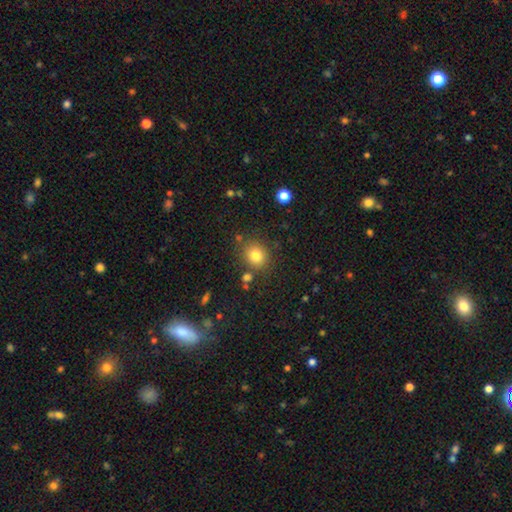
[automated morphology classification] Smooth or featured? Predicted: smooth (p=0.80). How rounded? Predicted: round (p=0.78). Merging? Predicted: none (p=0.81).